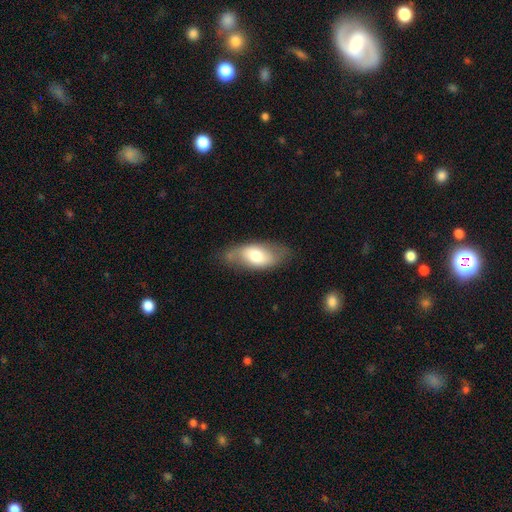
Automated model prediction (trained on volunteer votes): Smooth or featured: smooth — 63% (featured or disk — 31%)
How rounded: in between — 89% (cigar-shaped — 7%)
Merging: none — 68% (minor disturbance — 23%)